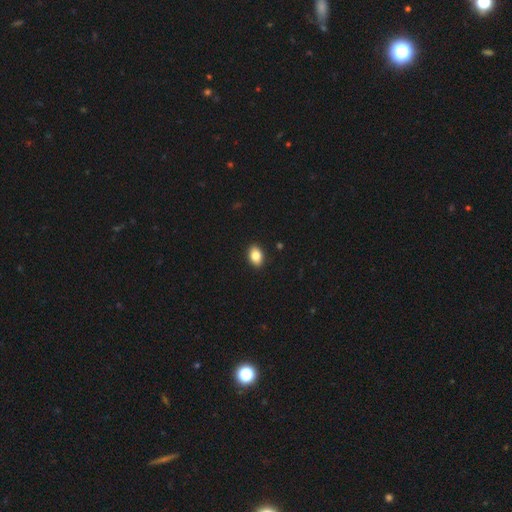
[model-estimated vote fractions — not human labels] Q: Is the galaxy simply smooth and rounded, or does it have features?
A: smooth — 84%.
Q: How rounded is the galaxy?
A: in between — 80%.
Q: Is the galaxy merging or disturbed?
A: none — 91%.